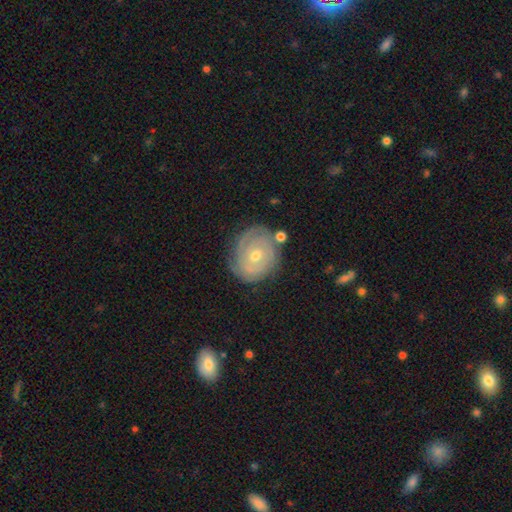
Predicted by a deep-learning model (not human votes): The model was most divided on "spiral arm count": can't tell: 34%, 2: 33%, 3: 17%, 1: 6%, 4: 6%, more than 4: 4%. More confident: edge-on disk — no (97%); spiral arms — yes (90%); spiral winding — tight (80%); smooth or featured — featured or disk (78%); merging — none (75%); bar — no (69%); bulge size — moderate (55%).